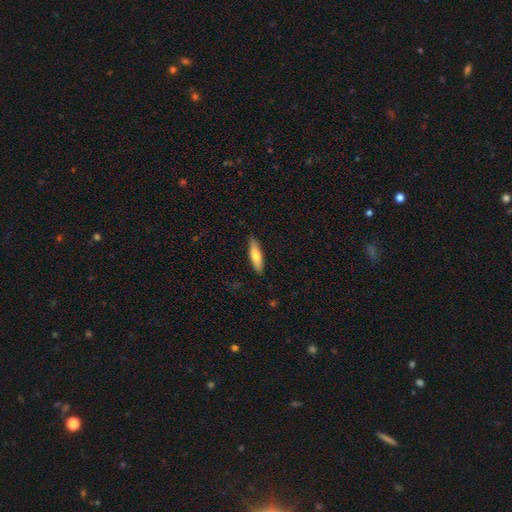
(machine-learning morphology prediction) Smooth or featured: smooth — 72% (featured or disk — 23%)
How rounded: cigar-shaped — 65% (in between — 33%)
Merging: none — 89% (minor disturbance — 9%)